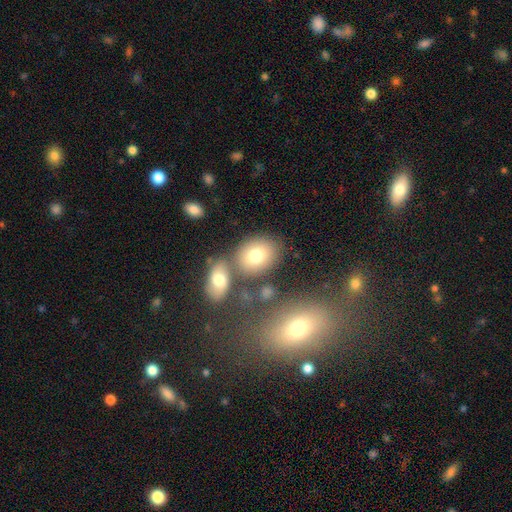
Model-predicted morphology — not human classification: Overall: smooth (75%). How rounded: in between (53%; round 46%). Merging: none (66%).